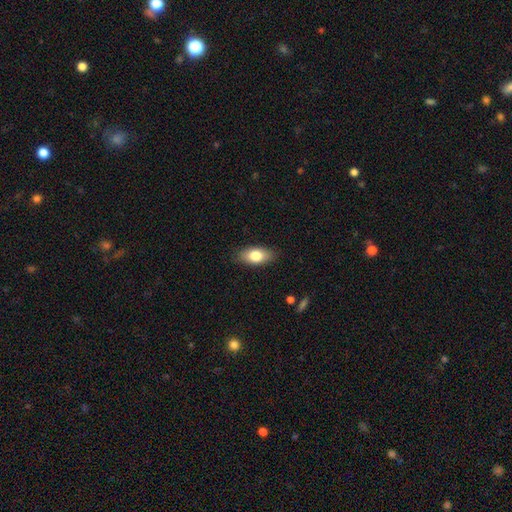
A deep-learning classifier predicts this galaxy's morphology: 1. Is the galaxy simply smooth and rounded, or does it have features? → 78% smooth, 15% featured or disk, 7% star or artifact.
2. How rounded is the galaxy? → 88% in between, 7% cigar-shaped, 5% round.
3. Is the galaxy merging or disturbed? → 86% none, 11% minor disturbance, 2% major disturbance, 1% merger.